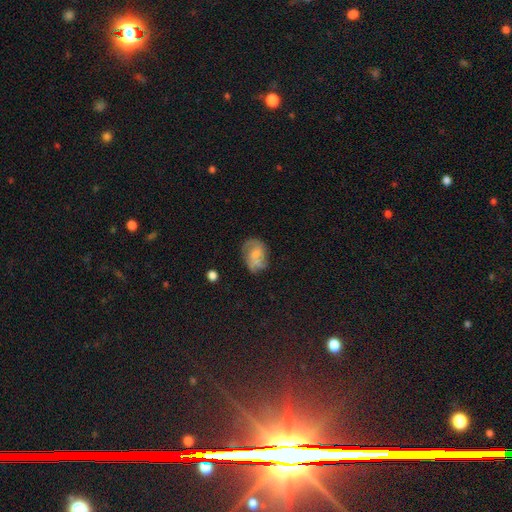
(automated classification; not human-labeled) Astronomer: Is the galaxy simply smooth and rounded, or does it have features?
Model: featured or disk — 51% (runner-up: smooth, 39%).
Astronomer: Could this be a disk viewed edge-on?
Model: no — 97%.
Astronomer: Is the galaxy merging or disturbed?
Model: none — 55%.